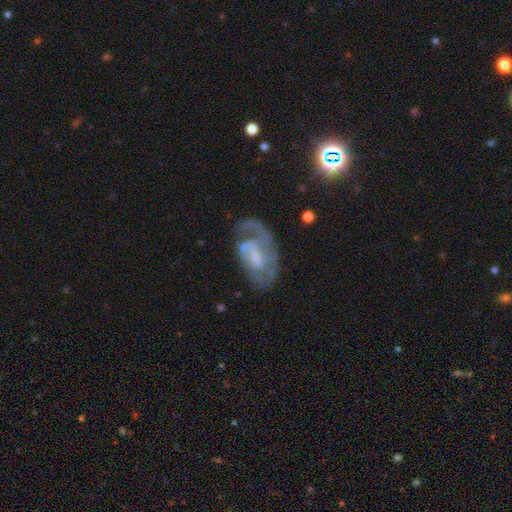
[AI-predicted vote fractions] A featured or disk galaxy (75%) with a weak bar (48%), 1 (43%) medium (41%) spiral arms (80%) and no central bulge (32%). Merging: none (46%).